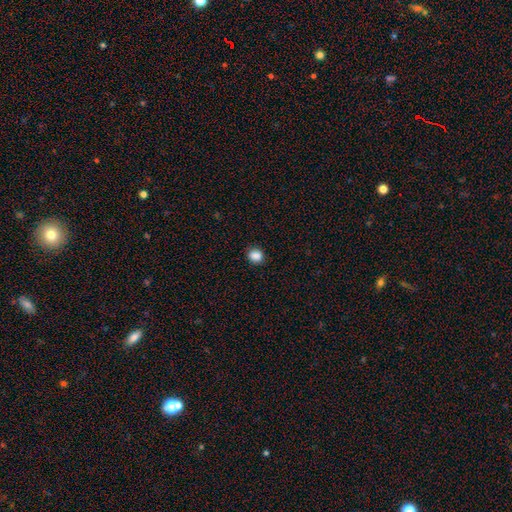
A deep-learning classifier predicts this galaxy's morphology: A smooth galaxy with no disk features (87%) that is round (68%). Merging: none (88%).